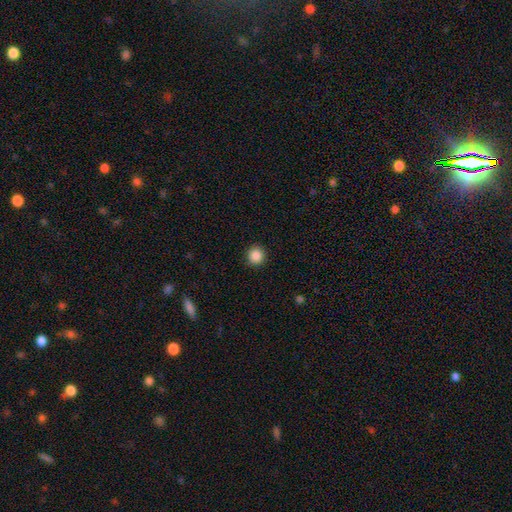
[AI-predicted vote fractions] Smooth or featured: smooth — 87% (star or artifact — 10%)
How rounded: round — 93% (in between — 7%)
Merging: none — 92% (minor disturbance — 5%)